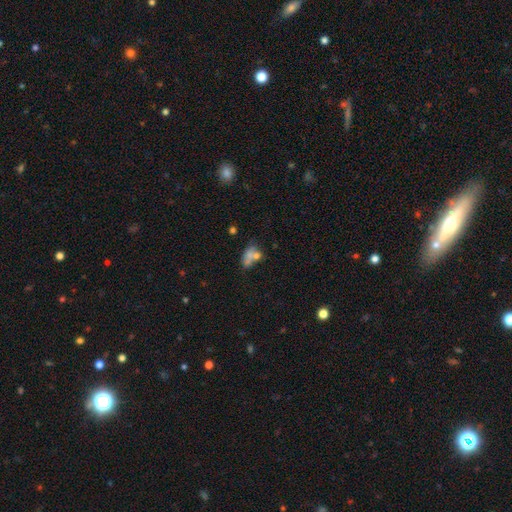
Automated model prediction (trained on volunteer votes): A smooth galaxy with no disk features (51%) that is in between round and cigar-shaped (60%).

Vote fractions:
- Smooth or featured? smooth: 51% / star or artifact: 26% / featured or disk: 22%
- How rounded? in between: 60% / round: 34% / cigar-shaped: 6%
- Merging? none: 39% / merger: 36% / minor disturbance: 14% / major disturbance: 11%